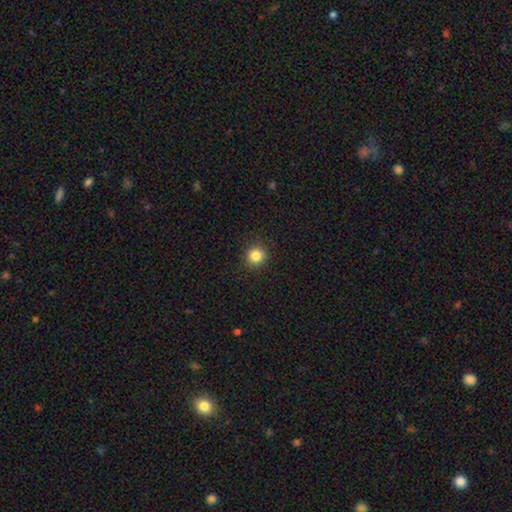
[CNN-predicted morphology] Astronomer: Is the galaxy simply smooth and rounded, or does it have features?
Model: smooth — 85%.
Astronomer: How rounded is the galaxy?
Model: round — 92%.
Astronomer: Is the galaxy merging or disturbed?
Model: none — 91%.